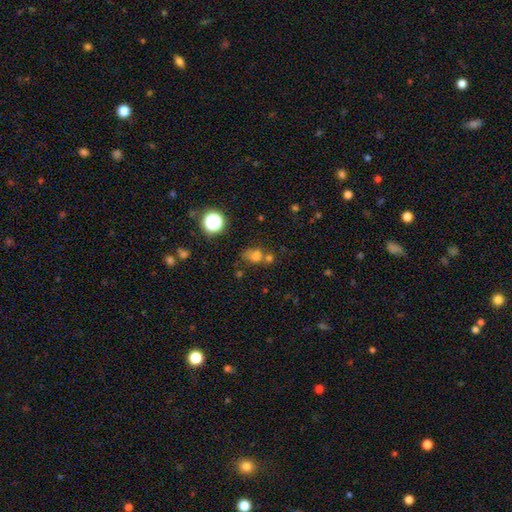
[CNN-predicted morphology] Smooth or featured? Predicted: smooth (p=0.67). How rounded? Predicted: round (p=0.49, tied with in between). Merging? Predicted: none (p=0.44).